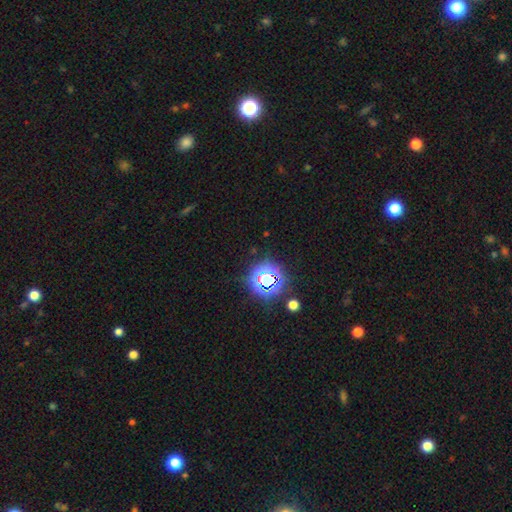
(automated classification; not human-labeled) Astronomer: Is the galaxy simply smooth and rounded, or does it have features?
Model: star or artifact — 78%.